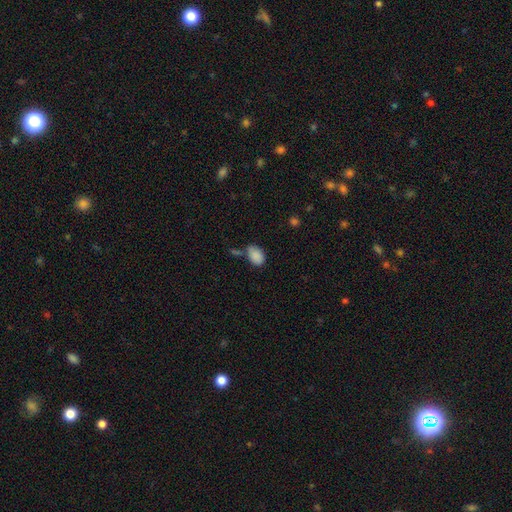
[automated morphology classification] The model was most divided on "merging": none: 53%, minor disturbance: 25%, merger: 15%, major disturbance: 7%. More confident: smooth or featured — smooth (87%); how rounded — in between (85%).